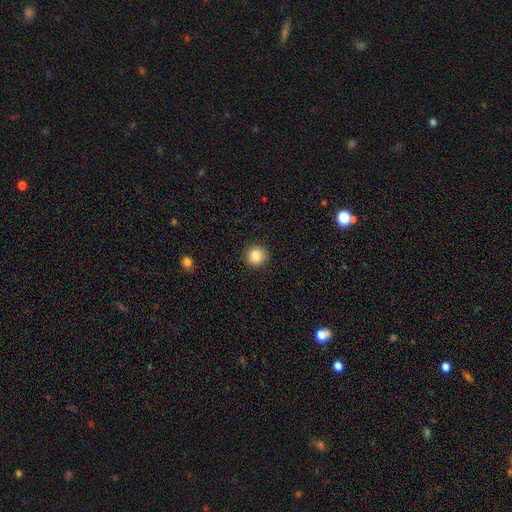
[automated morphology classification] A smooth galaxy with no disk features (86%) that is round (91%).

Vote fractions:
- Smooth or featured? smooth: 86% / star or artifact: 9% / featured or disk: 4%
- How rounded? round: 91% / in between: 8% / cigar-shaped: 1%
- Merging? none: 91% / minor disturbance: 6% / major disturbance: 2% / merger: 1%